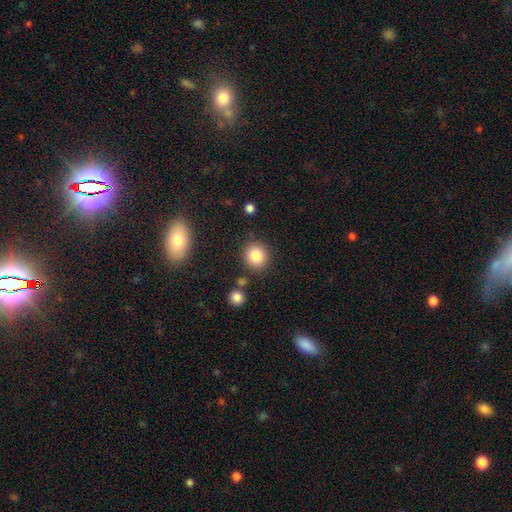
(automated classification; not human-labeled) Smooth or featured: smooth — 84% (star or artifact — 10%)
How rounded: round — 86% (in between — 13%)
Merging: none — 84% (minor disturbance — 9%)